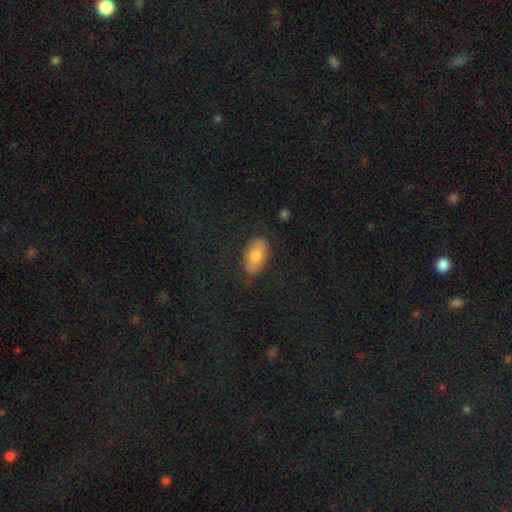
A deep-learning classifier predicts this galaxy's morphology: This is likely a smooth galaxy (71%). How rounded: clearly in between (91%). Merging: likely none (77%).